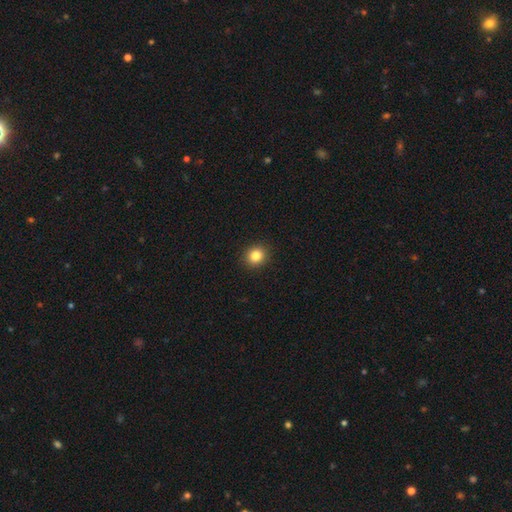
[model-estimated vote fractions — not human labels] Smooth or featured? Predicted: smooth (p=0.84). How rounded? Predicted: round (p=0.81). Merging? Predicted: none (p=0.92).